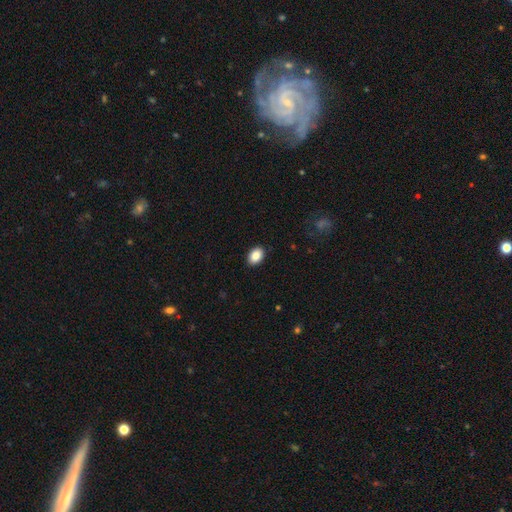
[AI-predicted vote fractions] The model was most divided on "how rounded": in between: 85%, round: 14%, cigar-shaped: 1%. More confident: merging — none (89%); smooth or featured — smooth (88%).